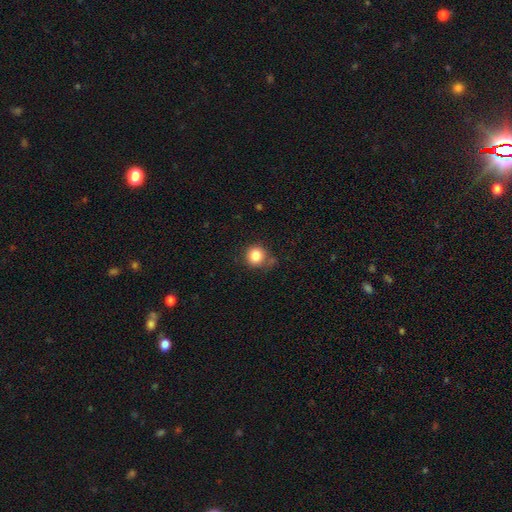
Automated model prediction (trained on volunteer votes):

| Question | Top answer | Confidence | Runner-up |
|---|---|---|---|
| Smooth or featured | smooth | 85% | star or artifact (10%) |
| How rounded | round | 88% | in between (11%) |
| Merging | none | 70% | minor disturbance (19%) |